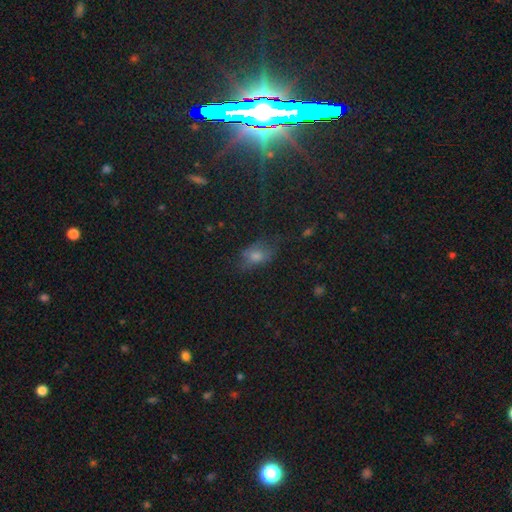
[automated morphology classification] This is possibly a smooth galaxy (48%). Merging: likely none (64%).